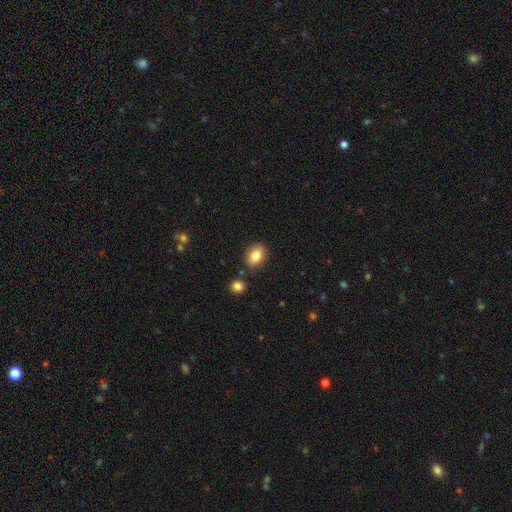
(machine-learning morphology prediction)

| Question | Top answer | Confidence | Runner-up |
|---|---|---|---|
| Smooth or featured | smooth | 85% | star or artifact (8%) |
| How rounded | in between | 79% | round (20%) |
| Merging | none | 83% | minor disturbance (10%) |